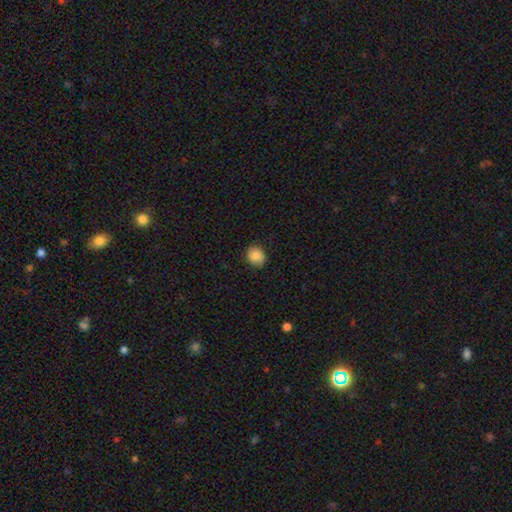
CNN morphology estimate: The model was most divided on "how rounded": round: 70%, in between: 29%, cigar-shaped: 1%. More confident: smooth or featured — smooth (85%); merging — none (83%).